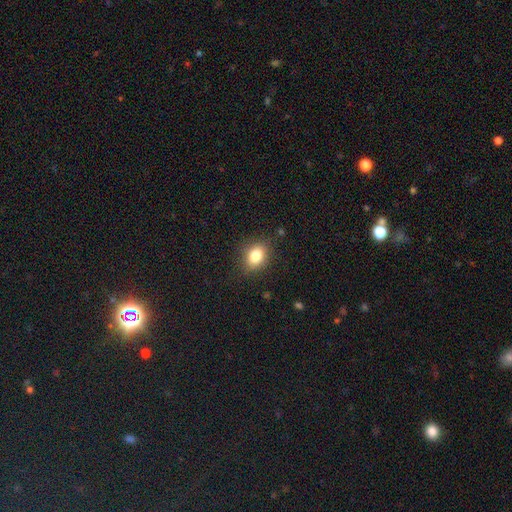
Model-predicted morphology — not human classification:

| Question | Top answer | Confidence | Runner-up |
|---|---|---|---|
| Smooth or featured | smooth | 82% | star or artifact (10%) |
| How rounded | in between | 67% | round (32%) |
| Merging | none | 83% | minor disturbance (12%) |